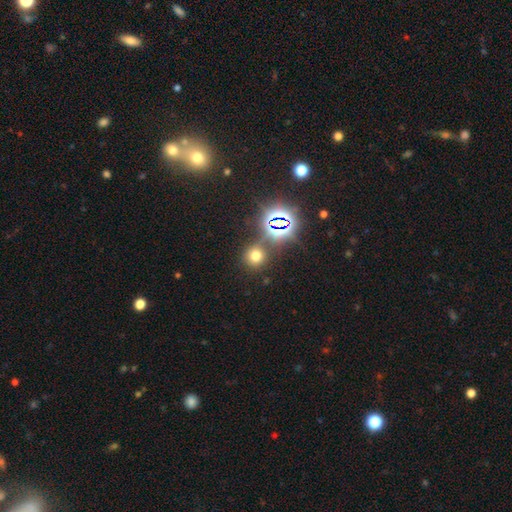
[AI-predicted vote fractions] Smooth or featured? Predicted: smooth (p=0.59). How rounded? Predicted: round (p=0.90). Merging? Predicted: none (p=0.76).